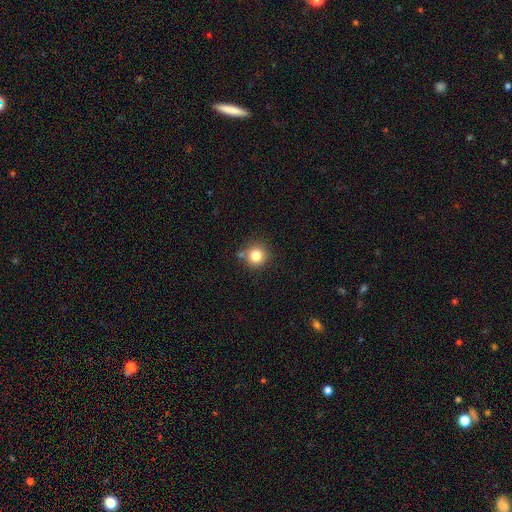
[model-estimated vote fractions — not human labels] A smooth galaxy with no disk features (81%) that is round (93%).

Vote fractions:
- Smooth or featured? smooth: 81% / star or artifact: 12% / featured or disk: 7%
- How rounded? round: 93% / in between: 6% / cigar-shaped: 1%
- Merging? none: 79% / minor disturbance: 11% / merger: 8% / major disturbance: 3%